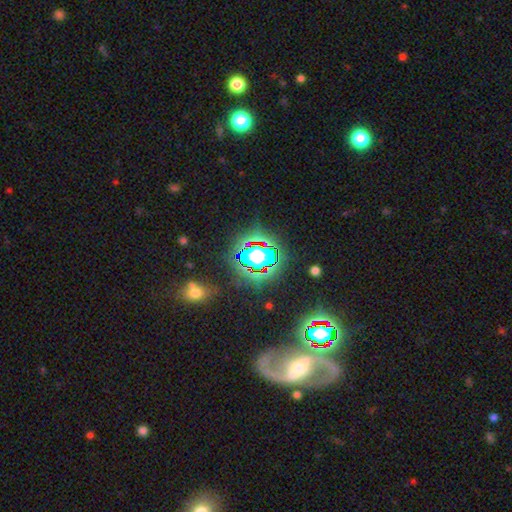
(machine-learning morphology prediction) Smooth or featured?
  - star or artifact: 64% *
  - smooth: 24%
  - featured or disk: 11%